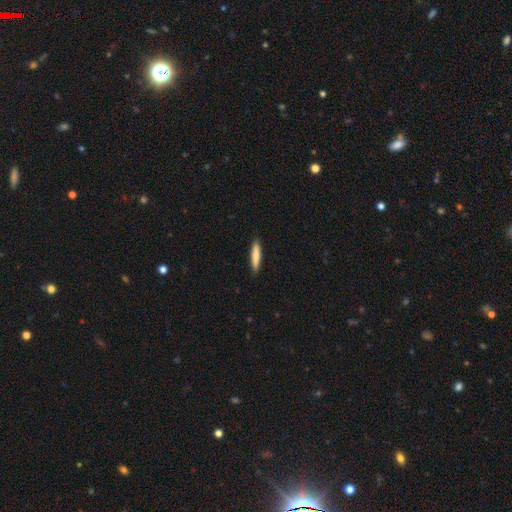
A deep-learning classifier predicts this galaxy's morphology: This appears to be a smooth galaxy with no disk features (79%) that is cigar-shaped (89%). Merging: none (90%).